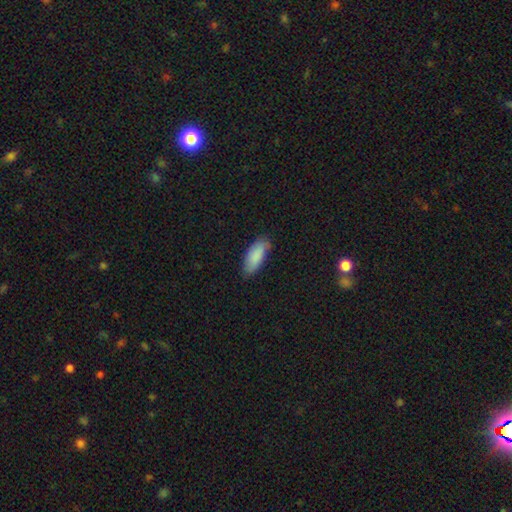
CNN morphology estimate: A smooth galaxy with no disk features (86%) that is in between round and cigar-shaped (81%).

Vote fractions:
- Smooth or featured? smooth: 86% / featured or disk: 8% / star or artifact: 6%
- How rounded? in between: 81% / cigar-shaped: 17% / round: 2%
- Merging? none: 71% / minor disturbance: 24% / major disturbance: 4% / merger: 2%